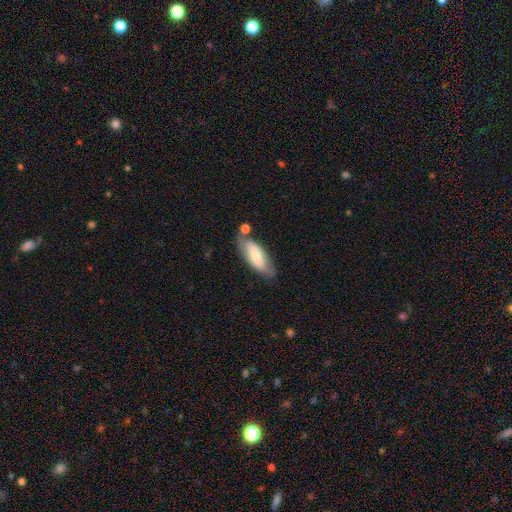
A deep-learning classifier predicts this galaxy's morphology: A smooth galaxy with no disk features (52%) that is in between round and cigar-shaped (74%).

Vote fractions:
- Smooth or featured? smooth: 52% / featured or disk: 43% / star or artifact: 6%
- How rounded? in between: 74% / cigar-shaped: 24% / round: 2%
- Merging? none: 65% / minor disturbance: 19% / merger: 11% / major disturbance: 6%